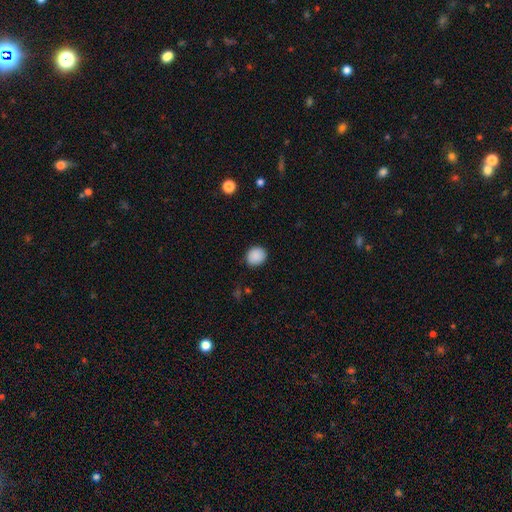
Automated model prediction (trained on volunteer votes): A smooth galaxy with no disk features (89%) that is round (79%).

Vote fractions:
- Smooth or featured? smooth: 89% / star or artifact: 8% / featured or disk: 3%
- How rounded? round: 79% / in between: 20% / cigar-shaped: 1%
- Merging? none: 89% / minor disturbance: 8% / major disturbance: 2% / merger: 1%